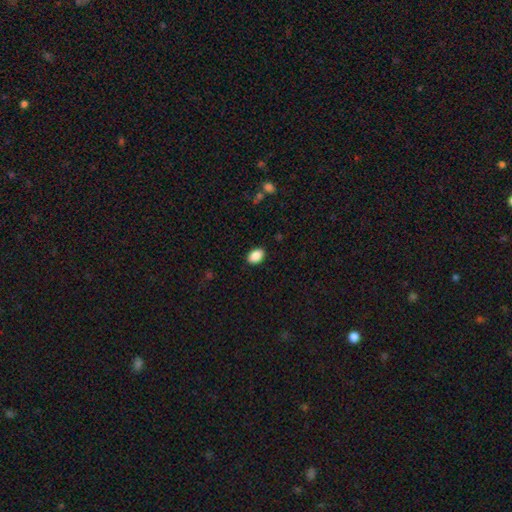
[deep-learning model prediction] Q: Smooth or featured?
A: smooth (89%); runner-up: star or artifact (8%)
Q: How rounded?
A: in between (83%); runner-up: round (15%)
Q: Merging?
A: none (89%); runner-up: minor disturbance (8%)